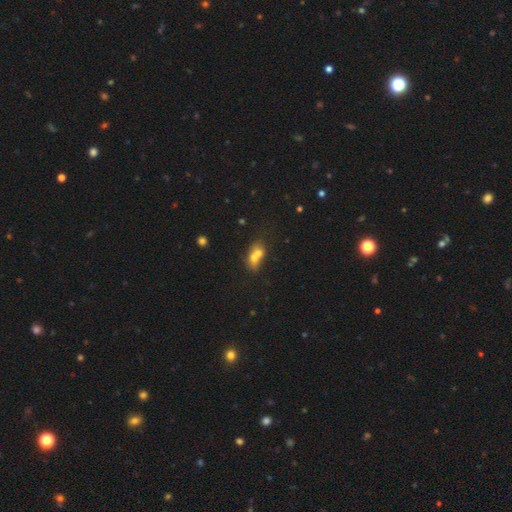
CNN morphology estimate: Q: Smooth or featured?
A: smooth (62%); runner-up: featured or disk (25%)
Q: How rounded?
A: in between (55%); runner-up: round (41%)
Q: Merging?
A: merger (69%); runner-up: none (20%)